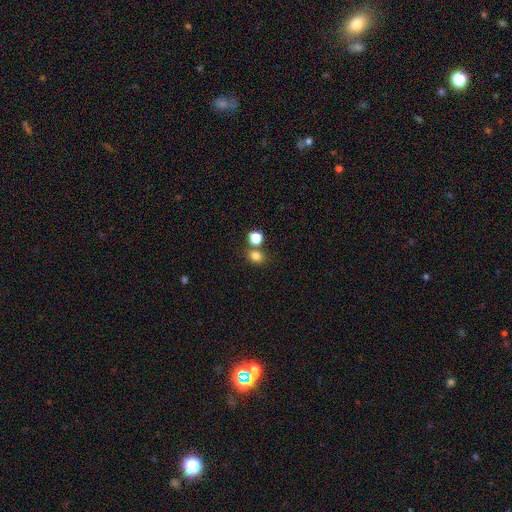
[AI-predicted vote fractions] The model was most divided on "how rounded": round: 58%, in between: 41%, cigar-shaped: 1%. More confident: smooth or featured — smooth (79%); merging — none (66%).